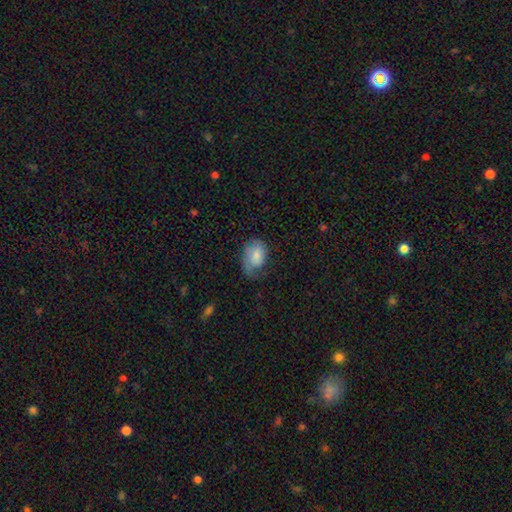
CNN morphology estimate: type=smooth (68%); roundness=in between (83%); merging=none (41%).